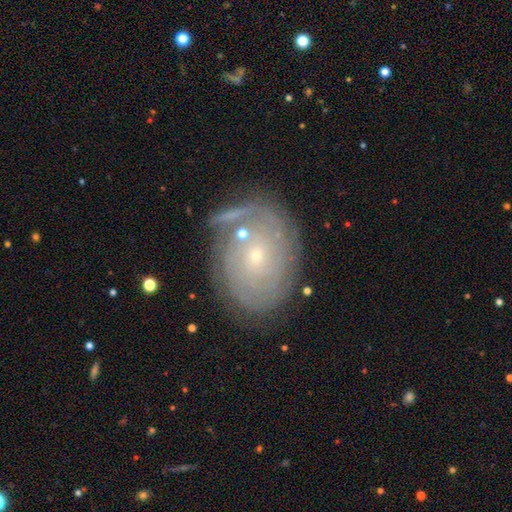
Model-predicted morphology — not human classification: smooth_or_featured: featured or disk (p=0.71) [alt: smooth p=0.19]
disk_edge_on: no (p=0.96) [alt: yes p=0.04]
bar: no (p=0.80) [alt: weak p=0.16]
has_spiral_arms: yes (p=0.87) [alt: no p=0.13]
spiral_winding: tight (p=0.80) [alt: medium p=0.15]
spiral_arm_count: can't tell (p=0.52) [alt: 2 p=0.13]
bulge_size: small (p=0.81) [alt: moderate p=0.15]
merging: none (p=0.70) [alt: minor disturbance p=0.16]